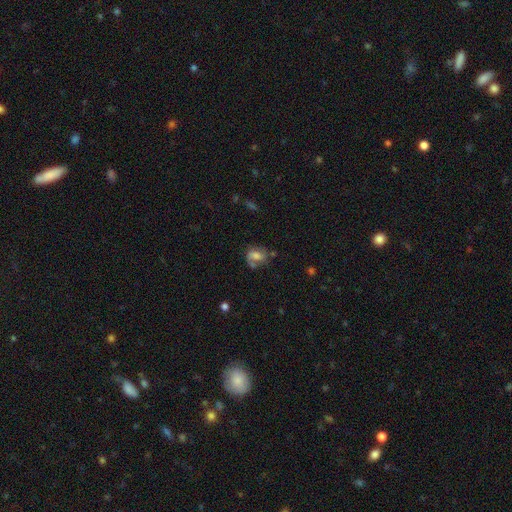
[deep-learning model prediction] Q: Smooth or featured?
A: smooth (50%); runner-up: featured or disk (38%)
Q: How rounded?
A: in between (64%); runner-up: round (34%)
Q: Merging?
A: none (44%); runner-up: minor disturbance (25%)